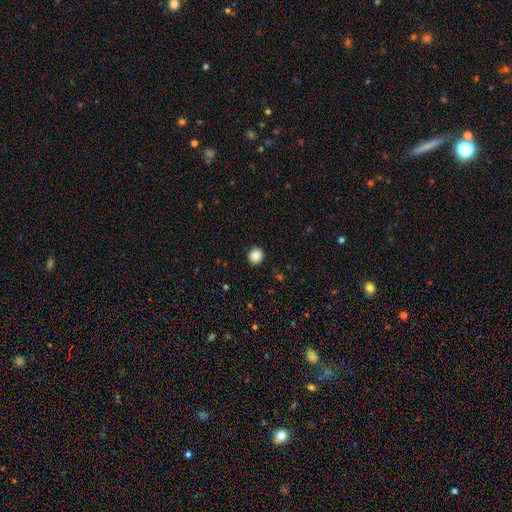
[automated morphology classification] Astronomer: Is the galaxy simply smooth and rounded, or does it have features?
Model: smooth — 87%.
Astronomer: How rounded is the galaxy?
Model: round — 94%.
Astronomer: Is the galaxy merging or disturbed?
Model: none — 93%.